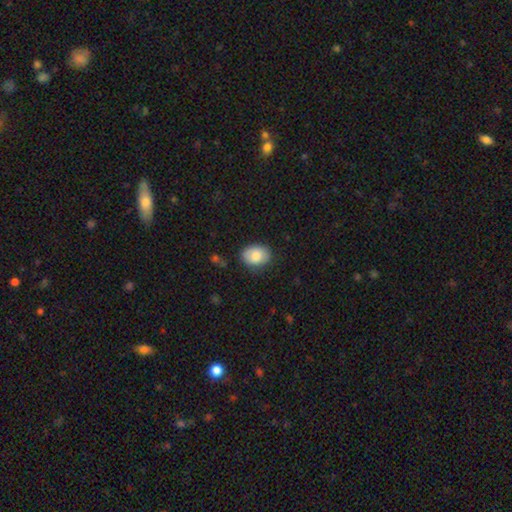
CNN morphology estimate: Overall: smooth (81%). How rounded: in between (63%; round 36%). Merging: none (80%).